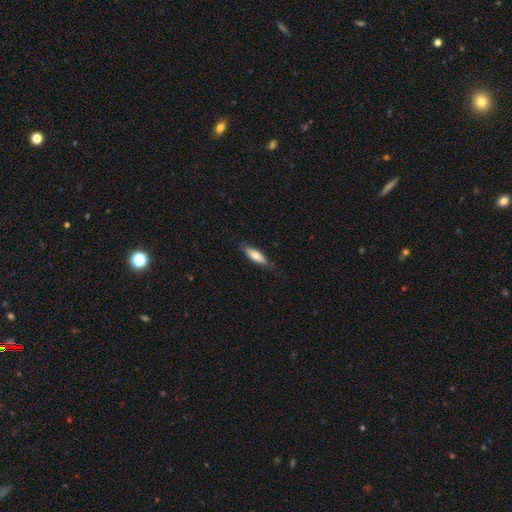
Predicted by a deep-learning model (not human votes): Smooth or featured?
  - smooth: 72% *
  - featured or disk: 23%
  - star or artifact: 6%
How rounded?
  - in between: 51% *
  - cigar-shaped: 47%
  - round: 2%
Merging?
  - none: 78% *
  - minor disturbance: 18%
  - major disturbance: 3%
  - merger: 1%